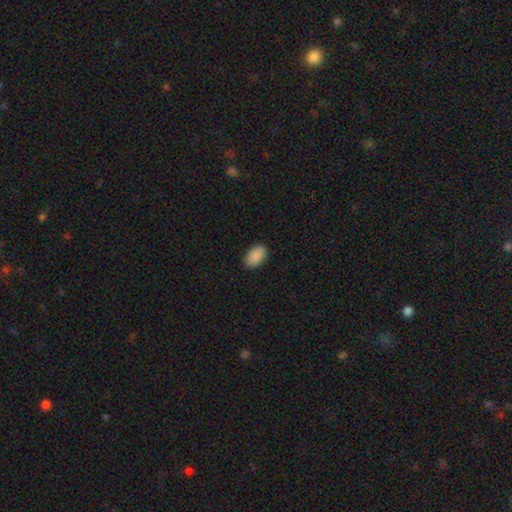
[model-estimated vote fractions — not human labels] A smooth galaxy with no disk features (90%) that is in between round and cigar-shaped (93%). Merging: none (88%).